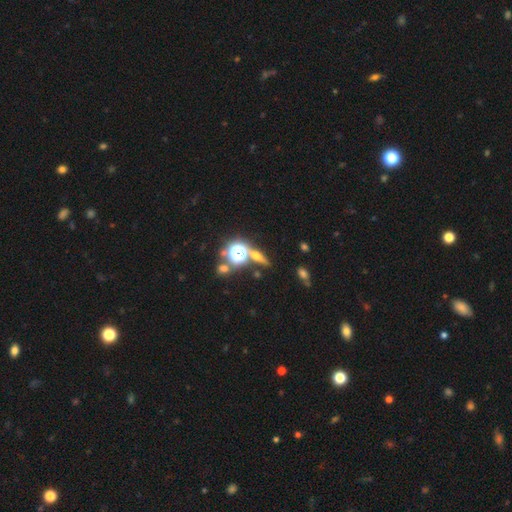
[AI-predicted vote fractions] A featured or disk galaxy (37%). Merging: none (77%).